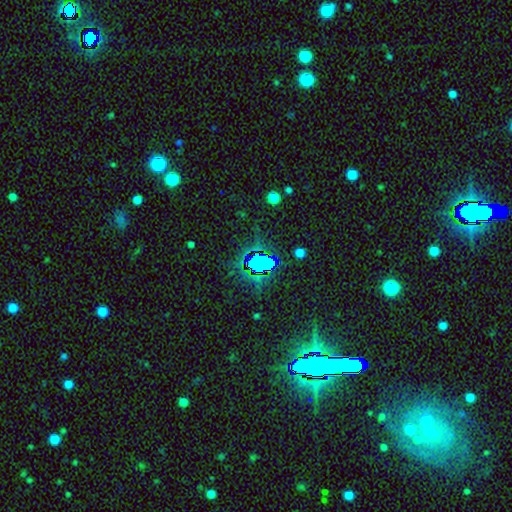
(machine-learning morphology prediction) star or artifact 66%, smooth 23%, featured or disk 11%.